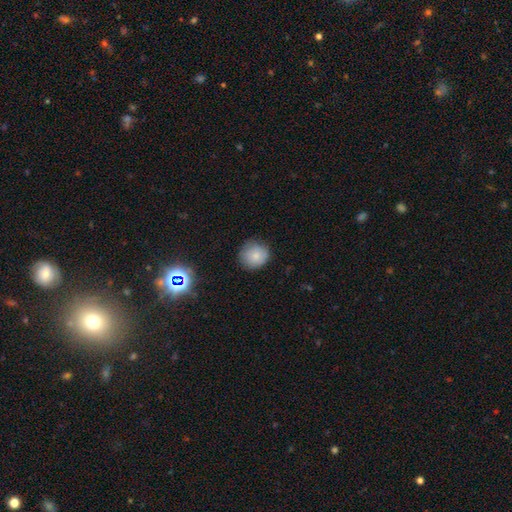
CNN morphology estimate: Smooth or featured? Predicted: smooth (p=0.81). How rounded? Predicted: round (p=0.91). Merging? Predicted: none (p=0.84).